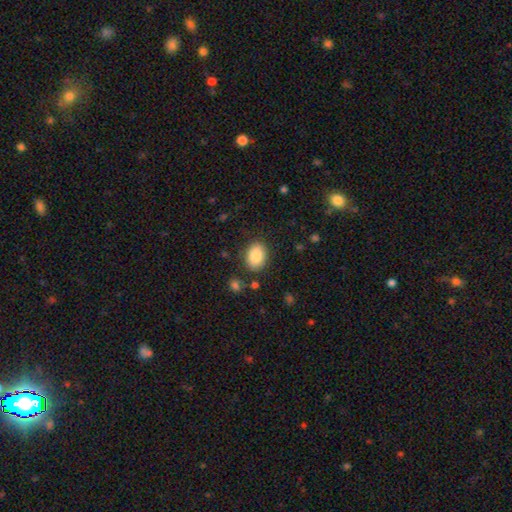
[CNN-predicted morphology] smooth 87%, star or artifact 7%, featured or disk 6%. Down the decision tree: how rounded — in between (77%); merging — none (83%).